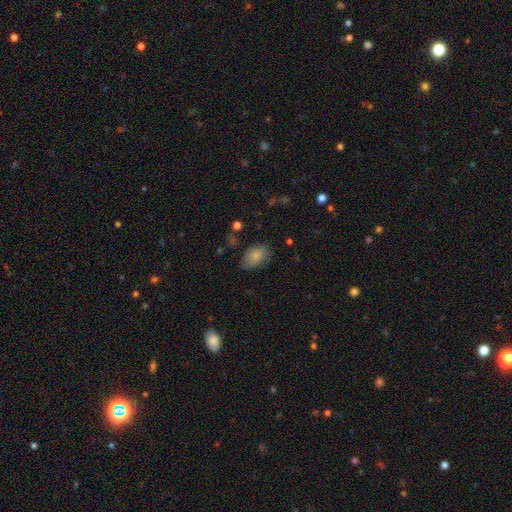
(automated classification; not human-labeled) This appears to be a smooth galaxy with no disk features (82%) that is in between round and cigar-shaped (87%). Merging: none (72%).